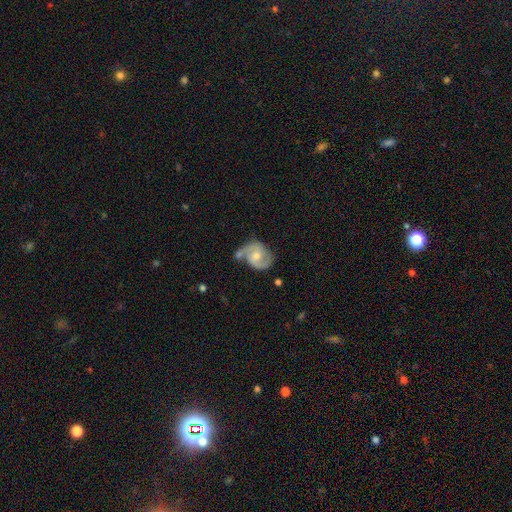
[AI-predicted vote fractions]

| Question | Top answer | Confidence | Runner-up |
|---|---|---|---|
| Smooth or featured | featured or disk | 79% | smooth (15%) |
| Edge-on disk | no | 98% | yes (2%) |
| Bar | no | 56% | weak (37%) |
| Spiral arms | yes | 93% | no (7%) |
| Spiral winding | medium | 51% | tight (29%) |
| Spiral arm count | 2 | 86% | 1 (6%) |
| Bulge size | moderate | 64% | small (27%) |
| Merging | none | 49% | minor disturbance (24%) |